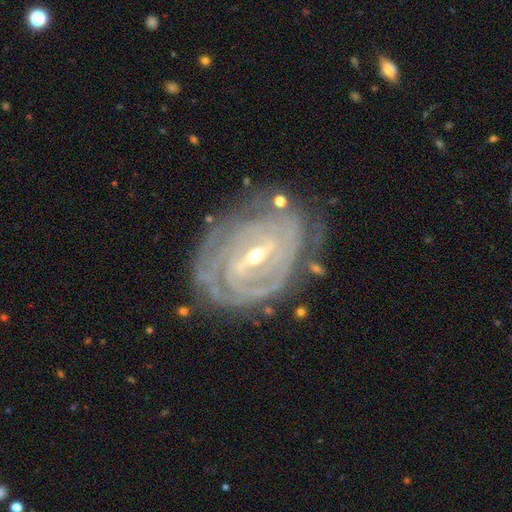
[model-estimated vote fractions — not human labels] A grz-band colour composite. It shows a featured or disk galaxy (87%) with a strong bar (46%), tight (81%) spiral arms (92%) and a small central bulge (56%). Merging: none (71%).